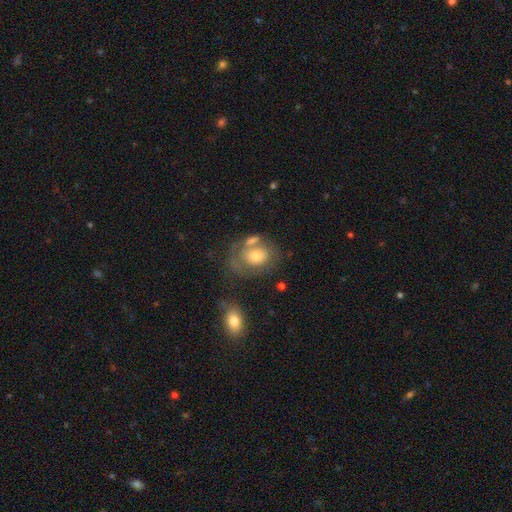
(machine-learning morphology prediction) Overall: smooth (57%; featured or disk 35%). How rounded: in between (51%; round 48%). Merging: none (43%; merger 22%).